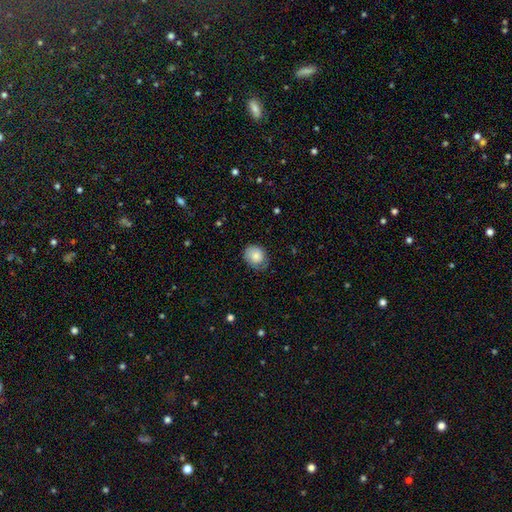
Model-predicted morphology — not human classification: Overall: smooth (79%). How rounded: round (62%; in between 37%). Merging: none (64%; minor disturbance 28%).